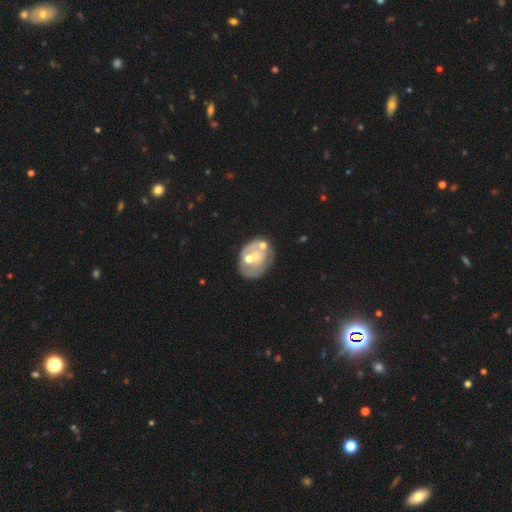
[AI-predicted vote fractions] featured or disk 60%, smooth 32%, star or artifact 7%. Down the decision tree: edge-on disk — no (97%); bar — no (87%); spiral arms — no (77%); bulge size — moderate (52%); merging — none (42%).